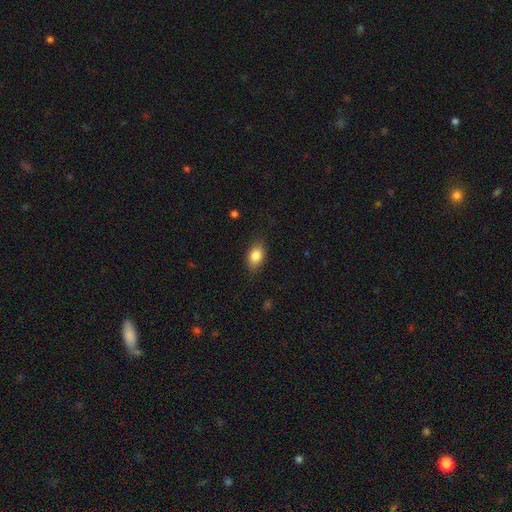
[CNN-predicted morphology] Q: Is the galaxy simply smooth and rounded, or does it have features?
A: smooth — 83%.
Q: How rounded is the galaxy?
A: in between — 83%.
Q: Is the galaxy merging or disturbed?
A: none — 82%.